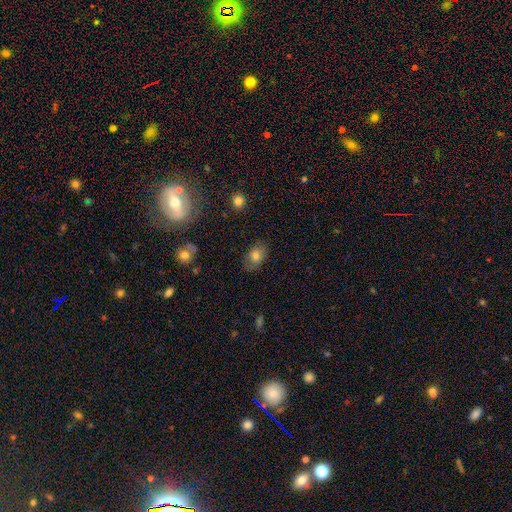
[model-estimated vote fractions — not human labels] This is likely a smooth galaxy (71%). How rounded: clearly in between (80%). Merging: likely none (75%).